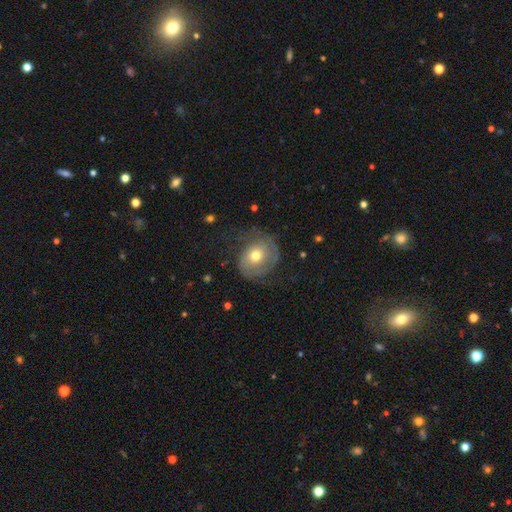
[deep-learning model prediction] This appears to be a featured or disk galaxy (60%) with no bar (80%), spiral arms (80%) and a moderate central bulge (70%). Merging: none (57%).